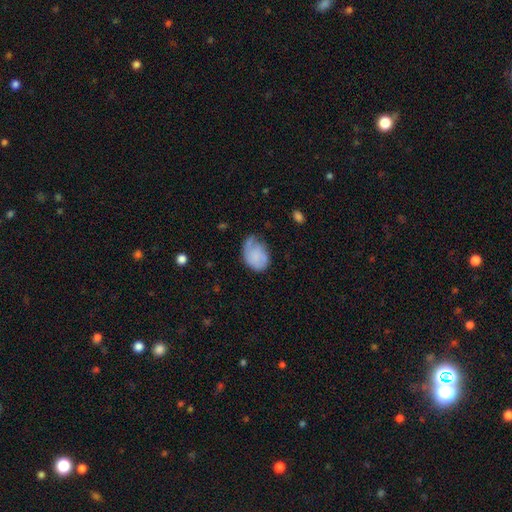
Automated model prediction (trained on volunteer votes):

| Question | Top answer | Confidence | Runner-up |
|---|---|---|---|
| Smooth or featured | smooth | 64% | featured or disk (29%) |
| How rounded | in between | 69% | round (30%) |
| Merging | minor disturbance | 38% | none (37%) |